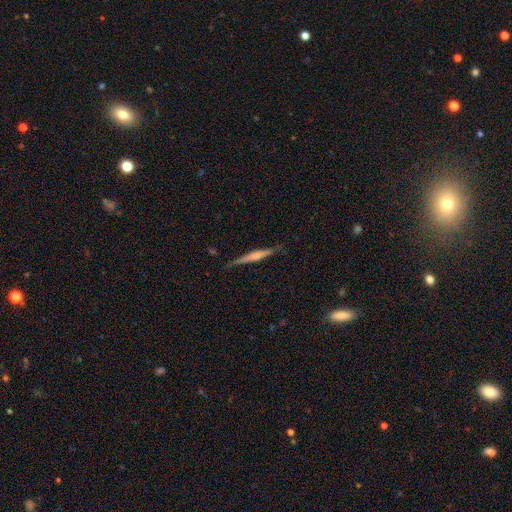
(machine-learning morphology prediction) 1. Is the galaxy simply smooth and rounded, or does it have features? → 53% featured or disk, 41% smooth, 6% star or artifact.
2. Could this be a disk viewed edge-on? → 97% yes, 3% no.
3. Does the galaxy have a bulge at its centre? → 41% rounded, 34% none, 25% boxy.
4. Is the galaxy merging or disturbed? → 83% none, 13% minor disturbance, 2% major disturbance, 1% merger.